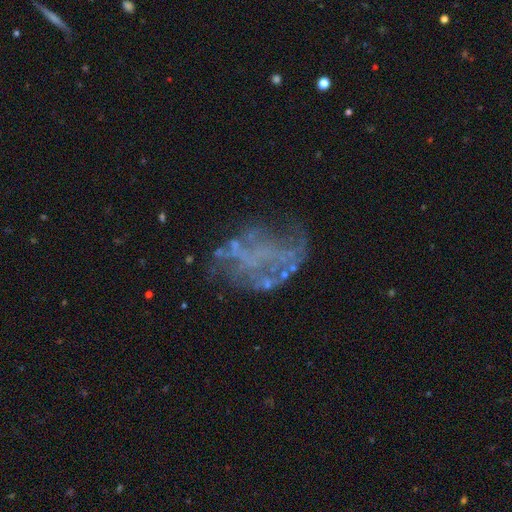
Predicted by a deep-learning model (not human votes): featured or disk 62%, star or artifact 19%, smooth 18%. Down the decision tree: edge-on disk — no (98%); bar — no (87%); spiral arms — no (79%); bulge size — none (85%); merging — none (46%).